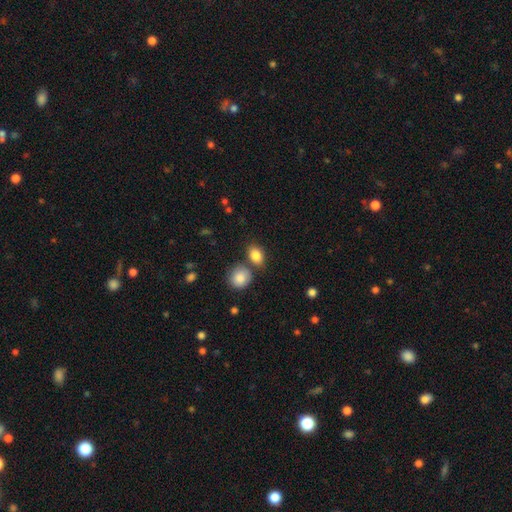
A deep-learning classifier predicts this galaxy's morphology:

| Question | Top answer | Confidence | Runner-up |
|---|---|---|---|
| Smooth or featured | smooth | 85% | star or artifact (8%) |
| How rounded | in between | 74% | round (25%) |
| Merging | none | 64% | merger (20%) |